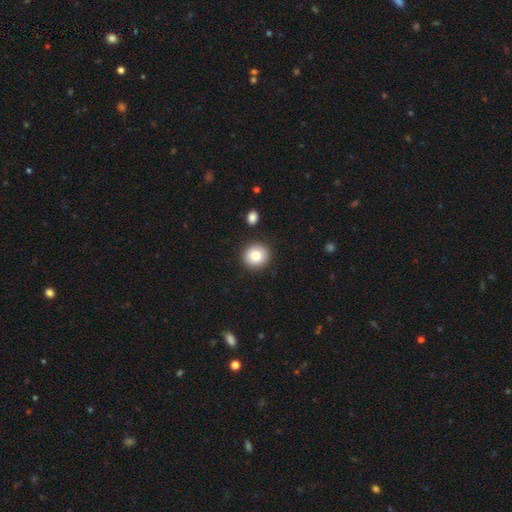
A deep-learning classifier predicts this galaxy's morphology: Q: Smooth or featured?
A: smooth (81%); runner-up: featured or disk (10%)
Q: How rounded?
A: round (91%); runner-up: in between (8%)
Q: Merging?
A: none (88%); runner-up: minor disturbance (7%)